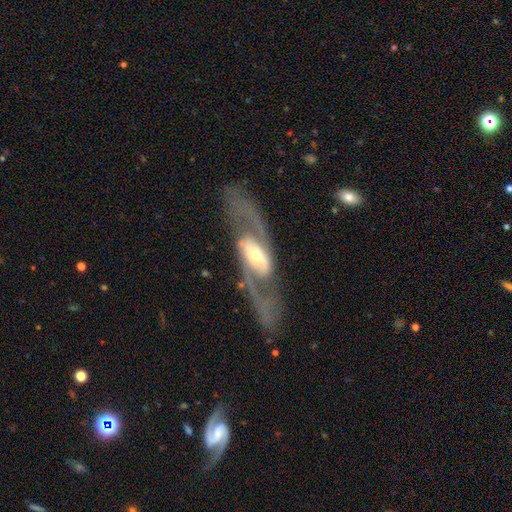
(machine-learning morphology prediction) Overall: featured or disk (89%). Edge-on disk: no (93%). Bar: strong (39%; weak 32%). Spiral arms: yes (94%). Spiral arm count: 2 (92%). Spiral winding: medium (46%; loose 40%). Bulge size: moderate (48%; small 43%). Merging: none (73%).